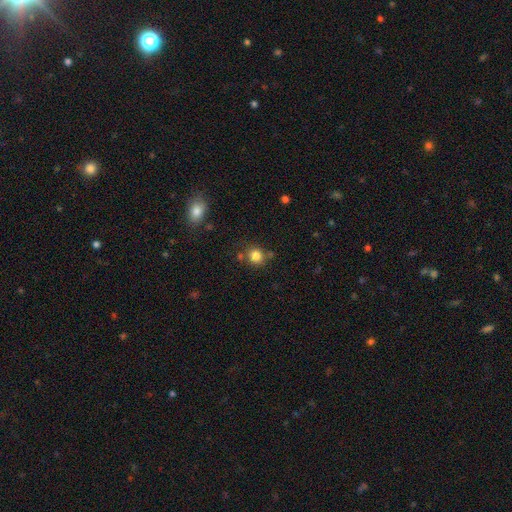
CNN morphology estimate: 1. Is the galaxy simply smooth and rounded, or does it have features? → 82% smooth, 12% star or artifact, 6% featured or disk.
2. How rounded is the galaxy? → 86% round, 13% in between, 1% cigar-shaped.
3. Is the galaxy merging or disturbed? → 75% none, 12% minor disturbance, 9% merger, 4% major disturbance.